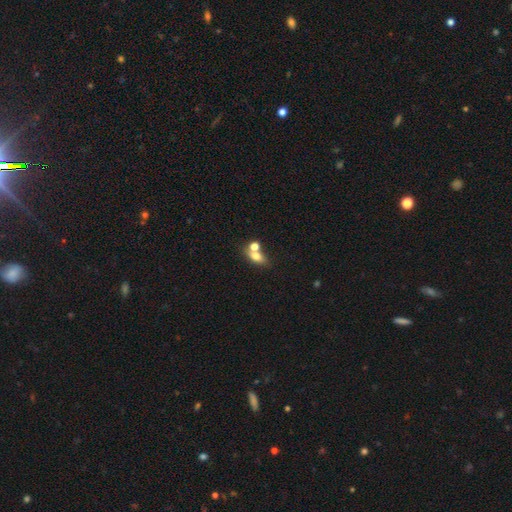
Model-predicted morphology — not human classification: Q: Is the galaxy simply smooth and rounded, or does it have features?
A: smooth — 70%.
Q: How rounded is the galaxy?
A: in between — 67%.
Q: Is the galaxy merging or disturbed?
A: merger — 45%.